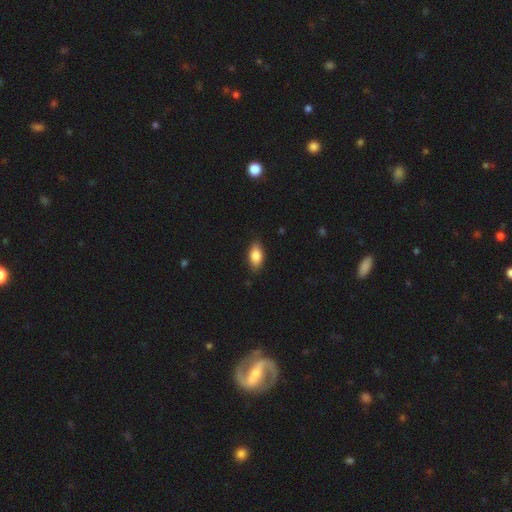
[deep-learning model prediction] A smooth galaxy with no disk features (83%) that is in between round and cigar-shaped (89%). Merging: none (85%).